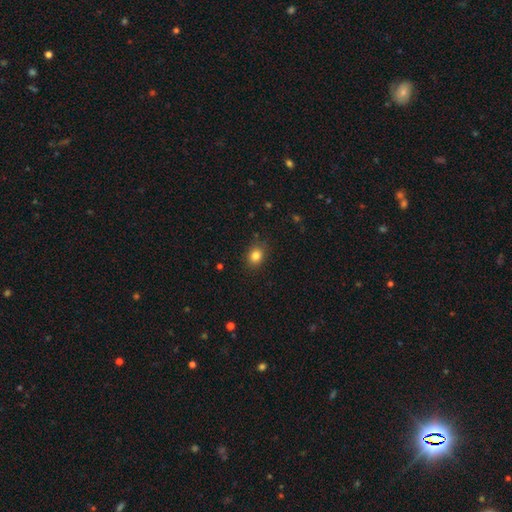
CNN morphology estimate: Q: Smooth or featured?
A: smooth (83%); runner-up: star or artifact (11%)
Q: How rounded?
A: round (57%); runner-up: in between (42%)
Q: Merging?
A: none (85%); runner-up: minor disturbance (11%)